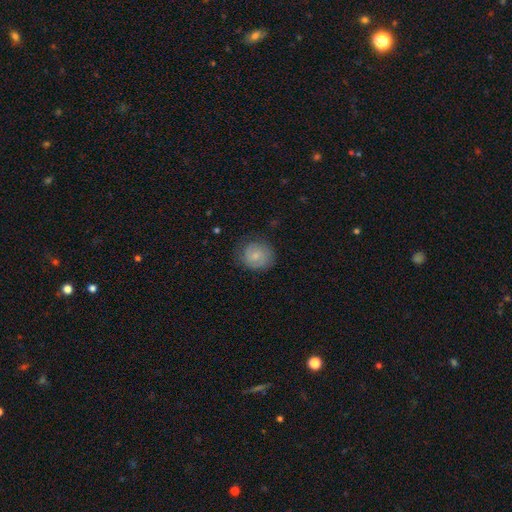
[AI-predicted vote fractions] smooth_or_featured: smooth (p=0.65) [alt: featured or disk p=0.28]
how_rounded: round (p=0.74) [alt: in between p=0.25]
merging: none (p=0.74) [alt: minor disturbance p=0.19]